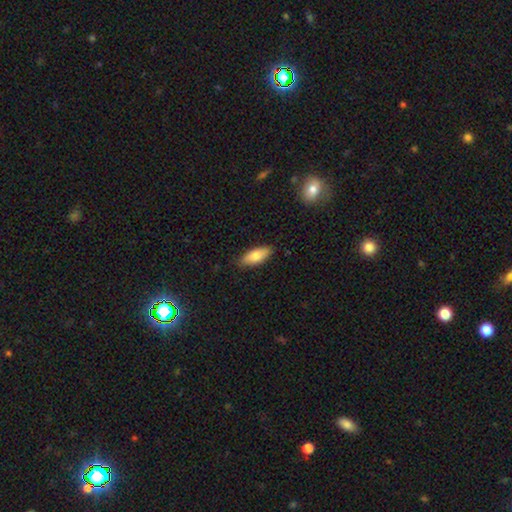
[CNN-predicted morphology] Overall: smooth (77%). How rounded: in between (76%). Merging: none (85%).